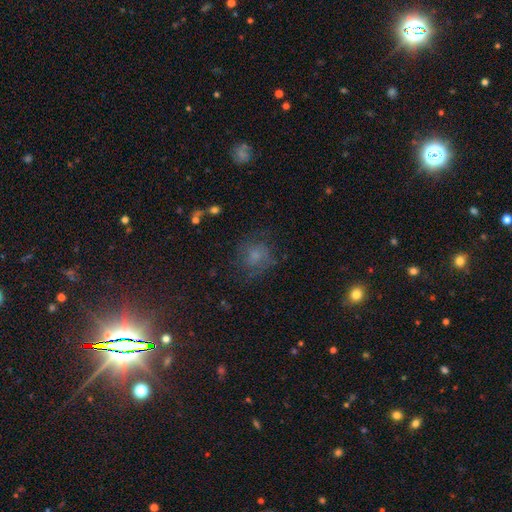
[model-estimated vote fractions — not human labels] Smooth or featured? smooth (55%)
How rounded? round (76%)
Merging? none (60%)